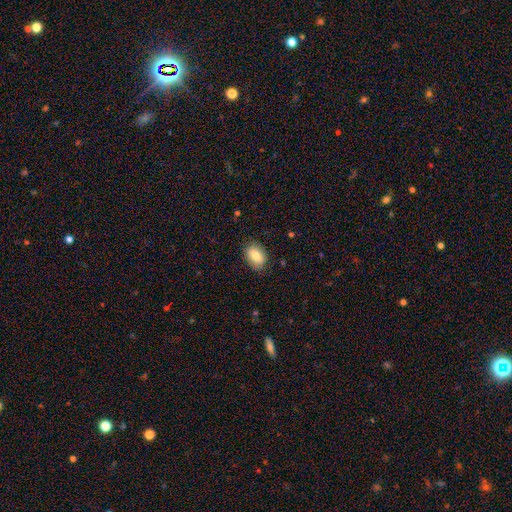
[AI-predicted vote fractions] smooth_or_featured: smooth (p=0.79) [alt: featured or disk p=0.14]
how_rounded: in between (p=0.82) [alt: round p=0.16]
merging: none (p=0.83) [alt: minor disturbance p=0.13]